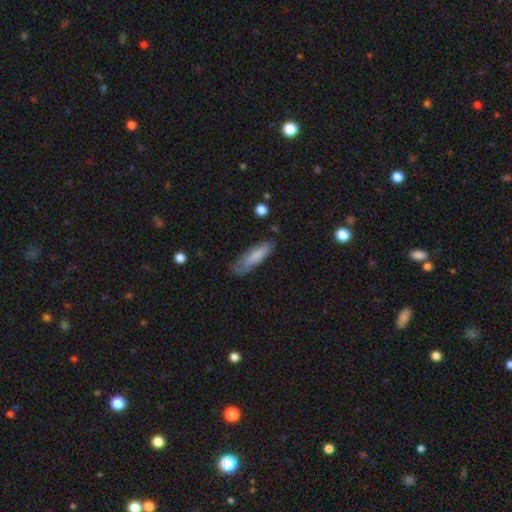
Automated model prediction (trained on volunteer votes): A smooth galaxy with no disk features (79%) that is cigar-shaped (65%).

Vote fractions:
- Smooth or featured? smooth: 79% / featured or disk: 15% / star or artifact: 6%
- How rounded? cigar-shaped: 65% / in between: 34% / round: 1%
- Merging? none: 72% / minor disturbance: 21% / major disturbance: 5% / merger: 2%